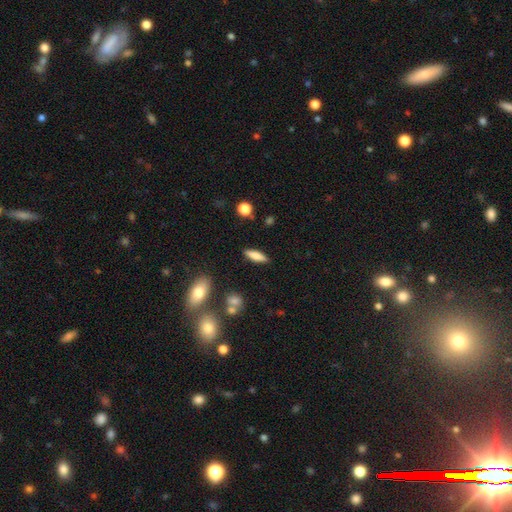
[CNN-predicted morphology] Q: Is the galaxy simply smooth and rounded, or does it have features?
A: smooth — 70%.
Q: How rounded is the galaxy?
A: cigar-shaped — 58%.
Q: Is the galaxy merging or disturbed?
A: none — 86%.